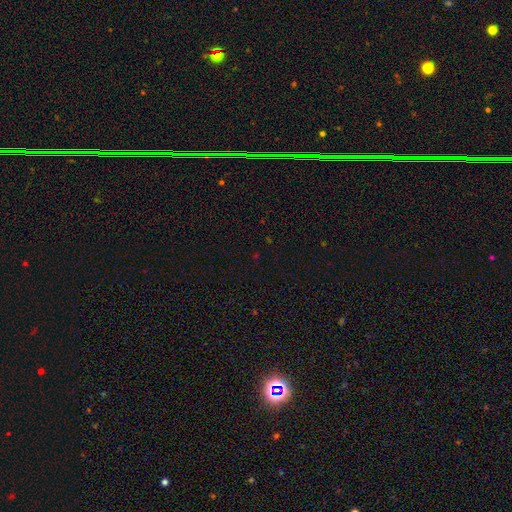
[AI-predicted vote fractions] Smooth or featured? star or artifact (65%)